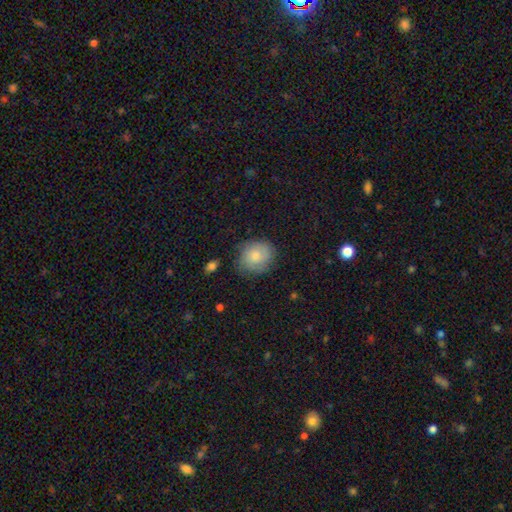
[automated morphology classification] A smooth galaxy with no disk features (68%) that is round (76%).

Vote fractions:
- Smooth or featured? smooth: 68% / featured or disk: 24% / star or artifact: 8%
- How rounded? round: 76% / in between: 23% / cigar-shaped: 1%
- Merging? none: 74% / minor disturbance: 19% / major disturbance: 5% / merger: 2%